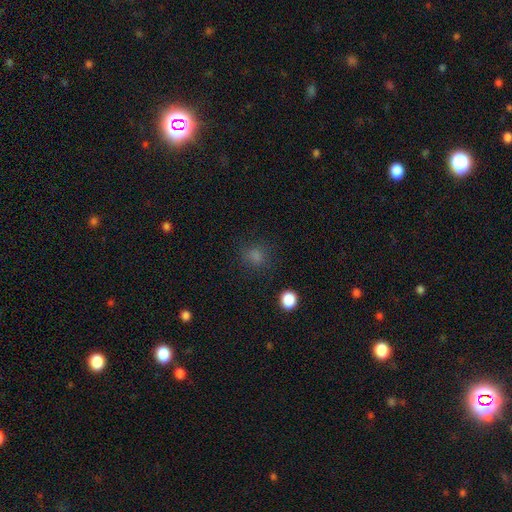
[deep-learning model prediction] The model was most divided on "smooth or featured": smooth: 70%, star or artifact: 24%, featured or disk: 6%. More confident: how rounded — round (84%); merging — none (83%).